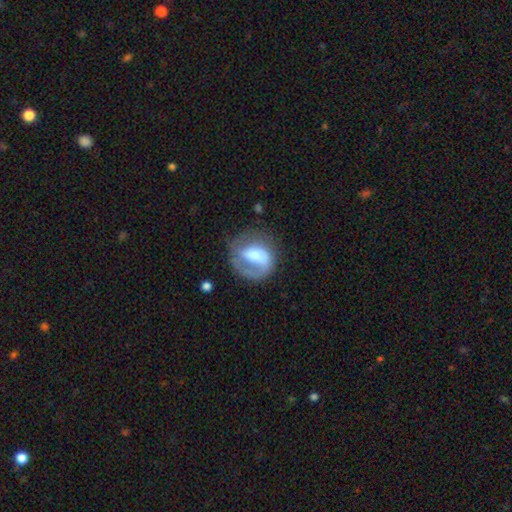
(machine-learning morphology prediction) Smooth or featured: featured or disk — 59% (smooth — 34%)
Edge-on disk: no — 97% (yes — 3%)
Bar: weak — 38% (no — 37%)
Spiral arms: yes — 74% (no — 26%)
Bulge size: moderate — 34% (large — 29%)
Merging: none — 50% (major disturbance — 27%)